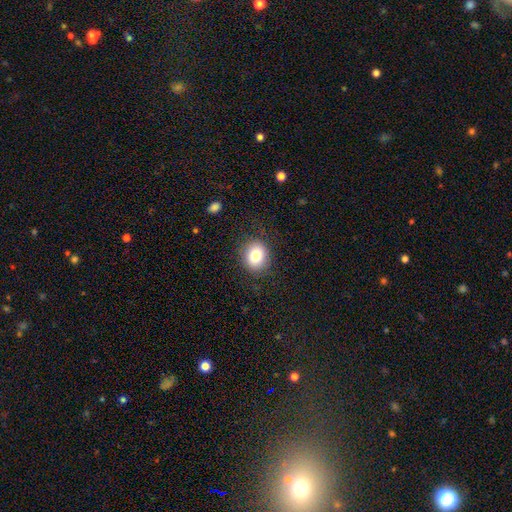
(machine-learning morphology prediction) A smooth galaxy with no disk features (81%) that is round (64%).

Vote fractions:
- Smooth or featured? smooth: 81% / star or artifact: 10% / featured or disk: 9%
- How rounded? round: 64% / in between: 35% / cigar-shaped: 1%
- Merging? none: 86% / minor disturbance: 9% / major disturbance: 3% / merger: 1%